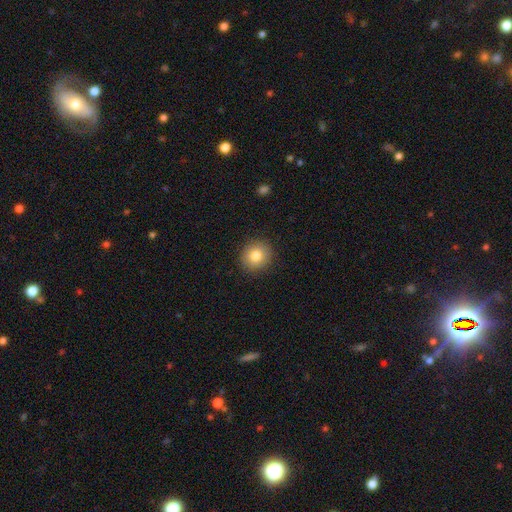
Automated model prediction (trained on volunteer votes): Morphology: type=smooth (82%); roundness=round (83%); merging=none (90%).